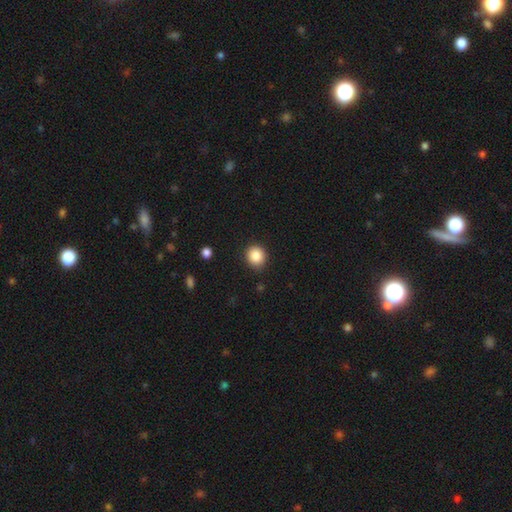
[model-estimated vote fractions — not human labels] This is clearly a smooth galaxy (87%). How rounded: clearly round (87%). Merging: clearly none (89%).